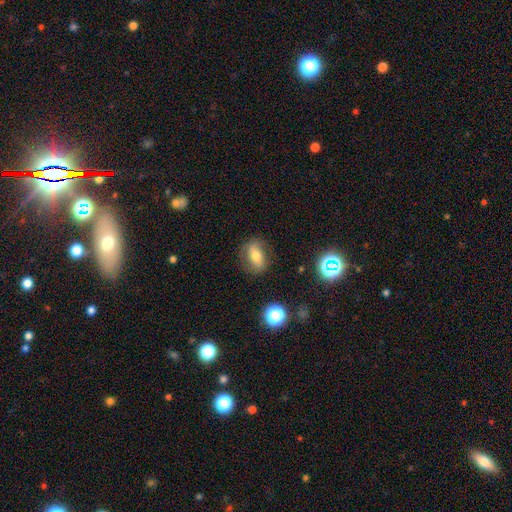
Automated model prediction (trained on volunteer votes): A smooth galaxy with no disk features (54%) that is in between round and cigar-shaped (72%).

Vote fractions:
- Smooth or featured? smooth: 54% / featured or disk: 34% / star or artifact: 12%
- How rounded? in between: 72% / round: 20% / cigar-shaped: 9%
- Merging? none: 78% / minor disturbance: 15% / major disturbance: 5% / merger: 2%